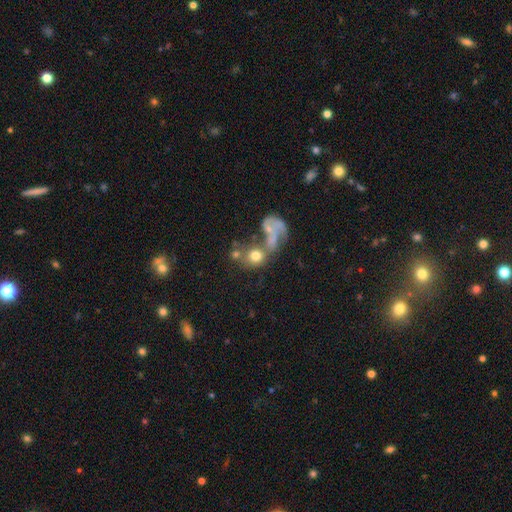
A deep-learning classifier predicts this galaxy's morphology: smooth 63%, featured or disk 25%, star or artifact 12%. Down the decision tree: how rounded — round (66%); merging — merger (50%).